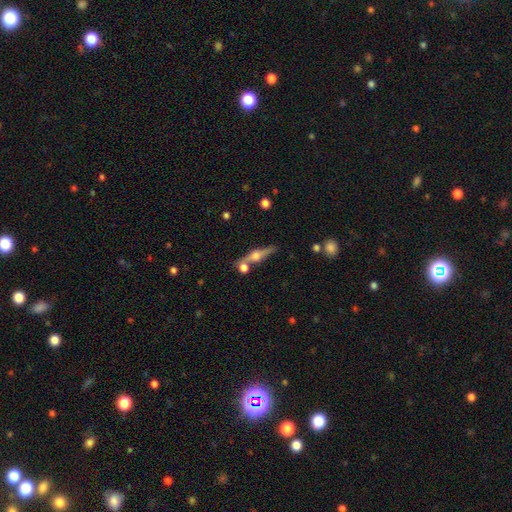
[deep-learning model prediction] A featured or disk galaxy (72%) viewed edge-on (96%) with a rounded central bulge (93%).

Vote fractions:
- Smooth or featured? featured or disk: 72% / smooth: 20% / star or artifact: 8%
- Edge-on disk? yes: 96% / no: 4%
- Edge-on bulge? rounded: 93% / boxy: 5% / none: 2%
- Merging? none: 71% / merger: 15% / minor disturbance: 10% / major disturbance: 3%